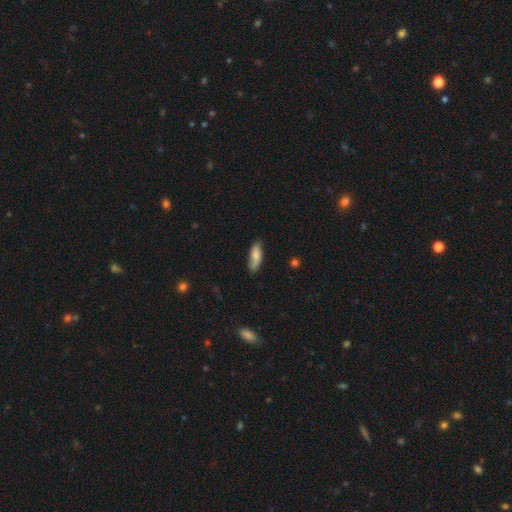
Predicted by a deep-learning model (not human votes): This appears to be a smooth galaxy with no disk features (69%) that is in between round and cigar-shaped (61%). Merging: none (73%).